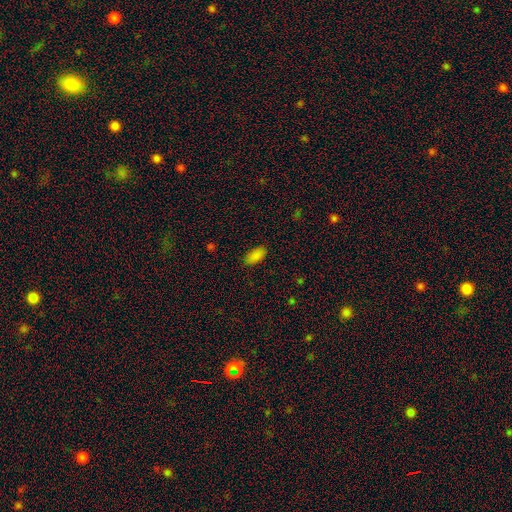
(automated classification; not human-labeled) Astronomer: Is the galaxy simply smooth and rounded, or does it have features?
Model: smooth — 87%.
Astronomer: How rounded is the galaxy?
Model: in between — 93%.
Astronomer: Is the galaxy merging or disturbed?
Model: none — 86%.